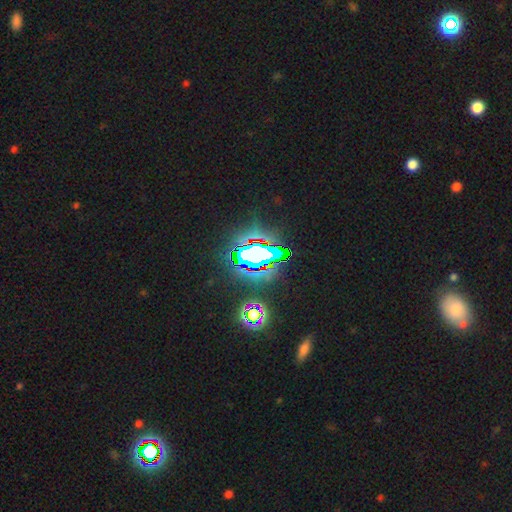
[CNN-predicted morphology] star or artifact 69%, smooth 17%, featured or disk 14%.